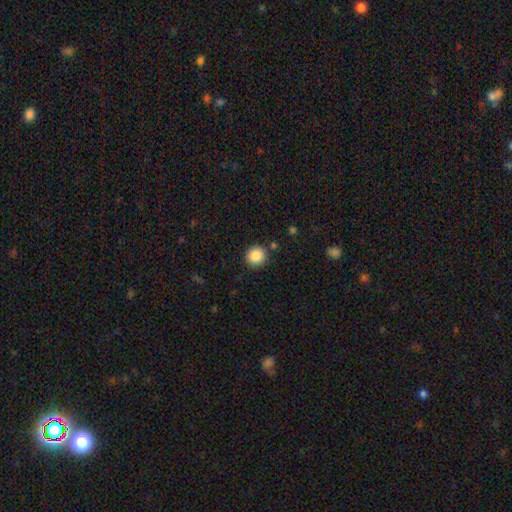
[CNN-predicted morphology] This appears to be a smooth galaxy with no disk features (86%) that is round (94%). Merging: none (89%).